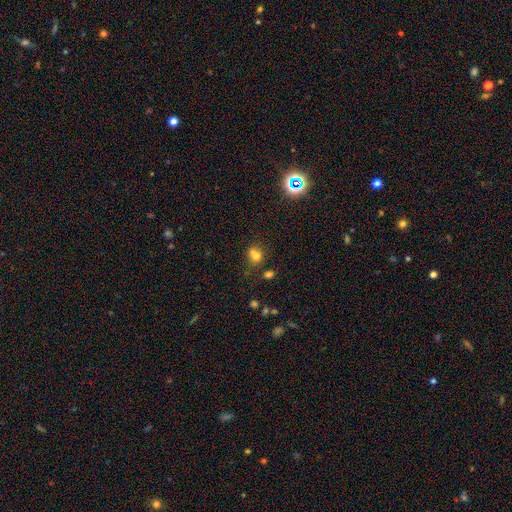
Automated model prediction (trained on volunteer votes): smooth 68%, star or artifact 18%, featured or disk 14%. Down the decision tree: how rounded — round (61%); merging — merger (46%).